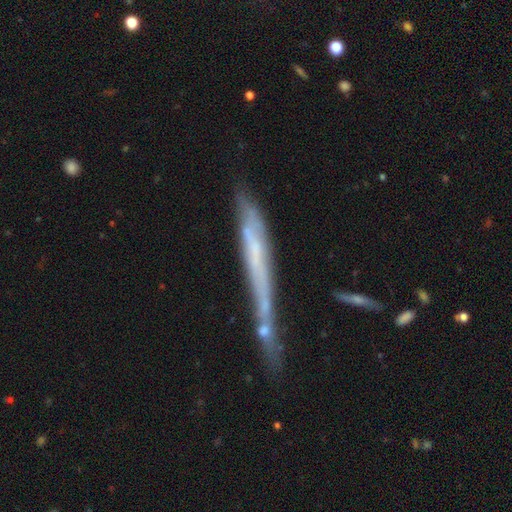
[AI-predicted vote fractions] Smooth or featured? Predicted: featured or disk (p=0.58). Edge-on disk? Predicted: yes (p=0.81). Merging? Predicted: none (p=0.46).